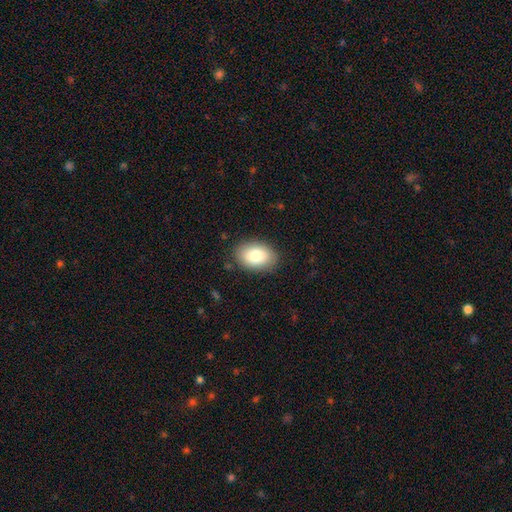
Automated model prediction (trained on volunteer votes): A smooth galaxy with no disk features (83%) that is in between round and cigar-shaped (86%).

Vote fractions:
- Smooth or featured? smooth: 83% / featured or disk: 10% / star or artifact: 7%
- How rounded? in between: 86% / round: 13% / cigar-shaped: 1%
- Merging? none: 86% / minor disturbance: 11% / major disturbance: 3% / merger: 1%